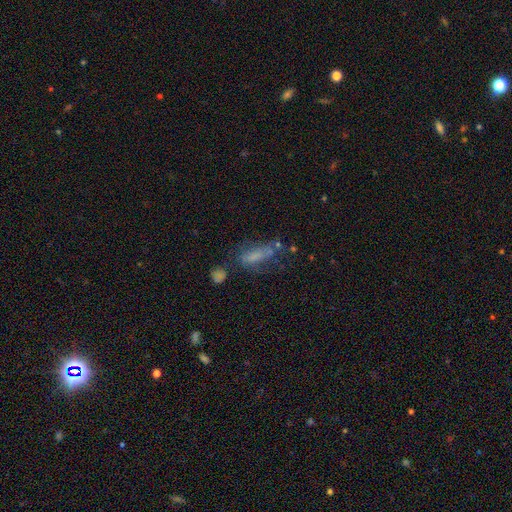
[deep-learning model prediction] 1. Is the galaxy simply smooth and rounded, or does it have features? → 56% smooth, 28% featured or disk, 16% star or artifact.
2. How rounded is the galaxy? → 53% in between, 44% cigar-shaped, 4% round.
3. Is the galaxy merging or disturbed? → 41% none, 24% minor disturbance, 21% major disturbance, 14% merger.